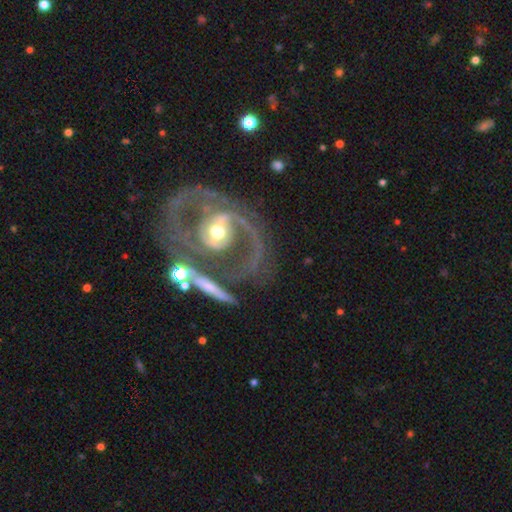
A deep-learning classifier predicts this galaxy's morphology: Smooth or featured? Predicted: featured or disk (p=0.87). Edge-on disk? Predicted: no (p=0.96). Bar? Predicted: no (p=0.45). Spiral arms? Predicted: yes (p=0.84). Spiral winding? Predicted: medium (p=0.46). Spiral arm count? Predicted: 2 (p=0.78). Bulge size? Predicted: moderate (p=0.54). Merging? Predicted: none (p=0.55).